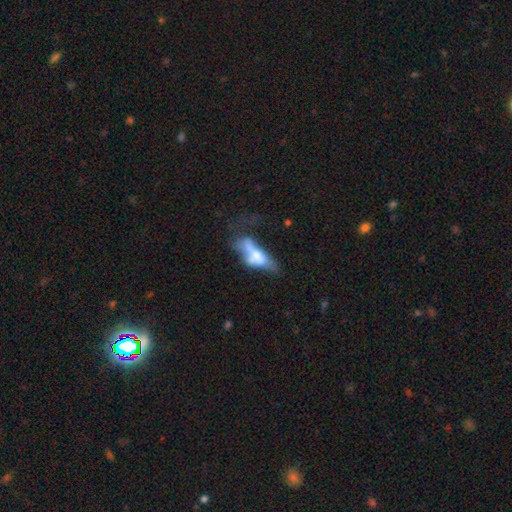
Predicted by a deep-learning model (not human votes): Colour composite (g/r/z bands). It shows a smooth galaxy with no disk features (46%). Merging: merger (39%).